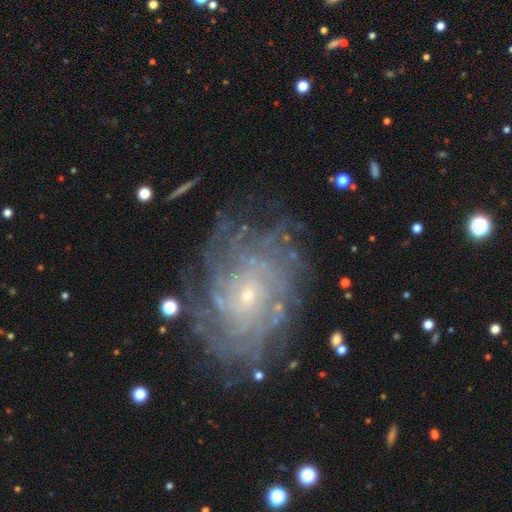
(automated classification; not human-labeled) The model was most divided on "spiral arm count": can't tell: 40%, more than 4: 24%, 4: 13%, 3: 8%, 2: 8%, 1: 7%. More confident: edge-on disk — no (97%); spiral arms — yes (93%); smooth or featured — featured or disk (84%); bulge size — small (80%); merging — none (75%); bar — no (75%); spiral winding — tight (74%).